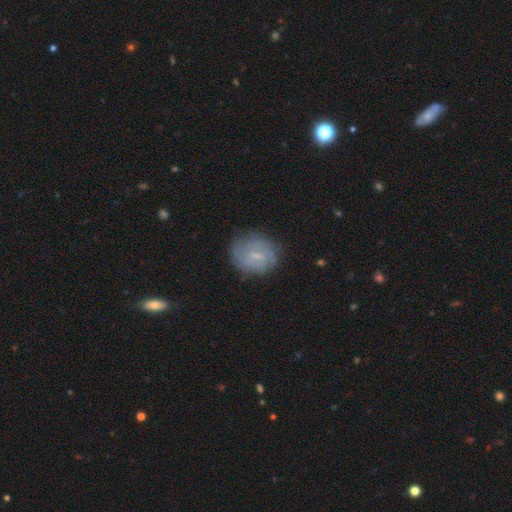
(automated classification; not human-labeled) smooth_or_featured: featured or disk (p=0.54) [alt: smooth p=0.37]
disk_edge_on: no (p=0.97) [alt: yes p=0.03]
bar: weak (p=0.58) [alt: no p=0.30]
has_spiral_arms: yes (p=0.73) [alt: no p=0.27]
bulge_size: small (p=0.56) [alt: moderate p=0.24]
merging: none (p=0.72) [alt: minor disturbance p=0.19]